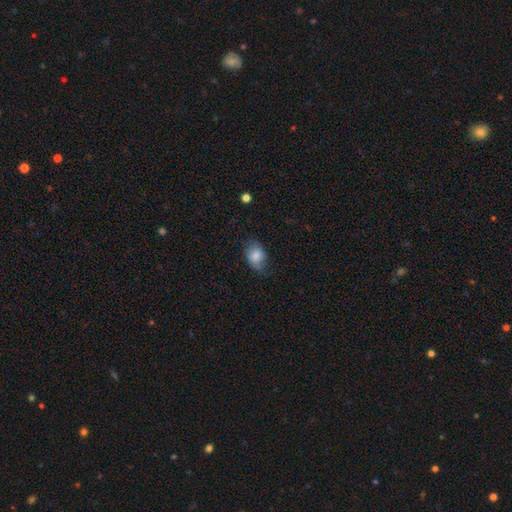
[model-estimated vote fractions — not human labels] smooth 79%, featured or disk 14%, star or artifact 8%. Down the decision tree: how rounded — in between (74%); merging — none (61%).